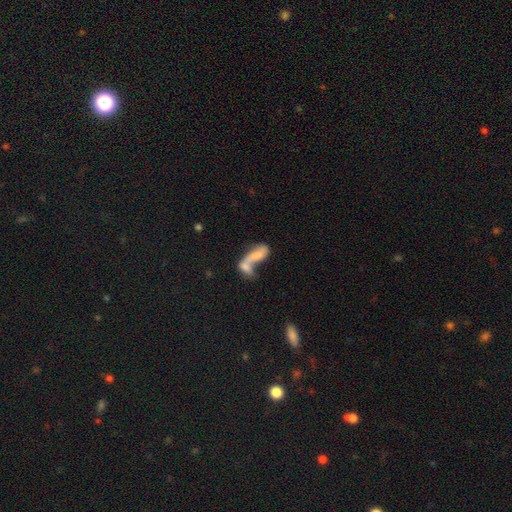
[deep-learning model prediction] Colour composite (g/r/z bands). It shows a smooth galaxy with no disk features (57%) that is in between round and cigar-shaped (66%). Merging: merger (71%).